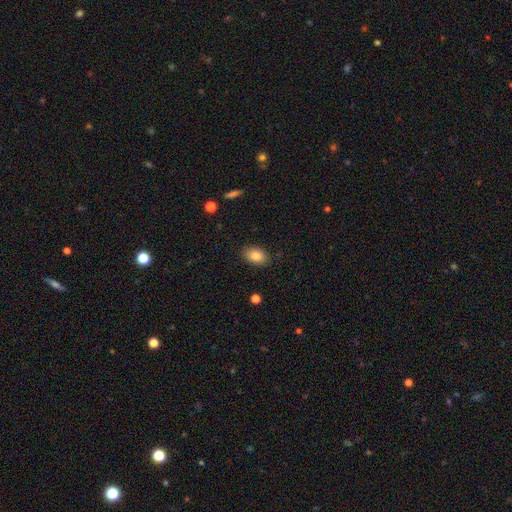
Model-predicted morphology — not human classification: This appears to be a smooth galaxy with no disk features (84%) that is in between round and cigar-shaped (86%). Merging: none (87%).